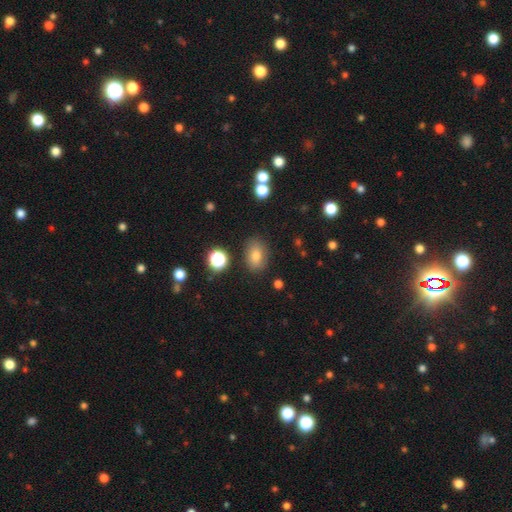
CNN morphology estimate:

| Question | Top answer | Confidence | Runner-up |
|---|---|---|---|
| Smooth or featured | smooth | 77% | star or artifact (13%) |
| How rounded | in between | 73% | round (26%) |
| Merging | none | 82% | minor disturbance (12%) |